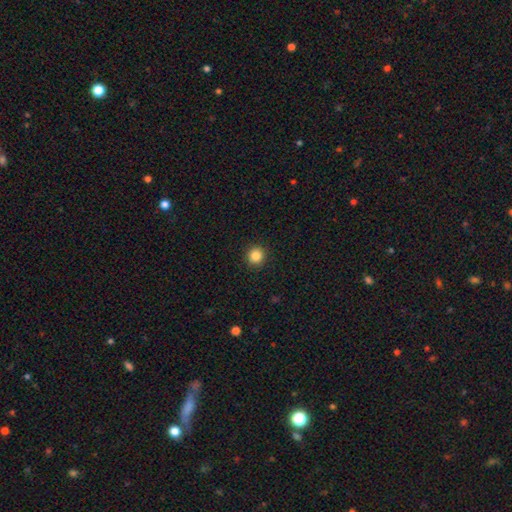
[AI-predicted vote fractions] This is clearly a smooth galaxy (85%). How rounded: clearly round (94%). Merging: clearly none (92%).